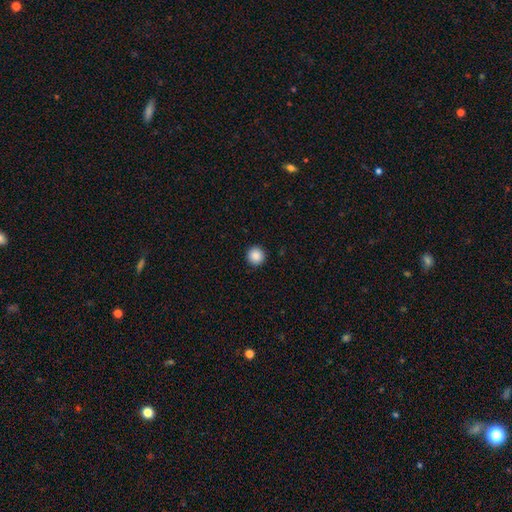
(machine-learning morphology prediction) type=smooth (88%); roundness=round (96%); merging=none (92%).